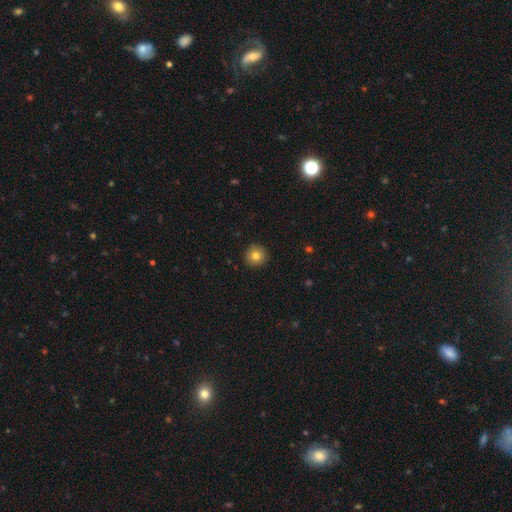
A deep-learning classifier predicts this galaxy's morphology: Smooth or featured?
  - smooth: 81% *
  - star or artifact: 10%
  - featured or disk: 9%
How rounded?
  - round: 95% *
  - in between: 4%
  - cigar-shaped: 1%
Merging?
  - none: 93% *
  - minor disturbance: 5%
  - major disturbance: 1%
  - merger: 1%